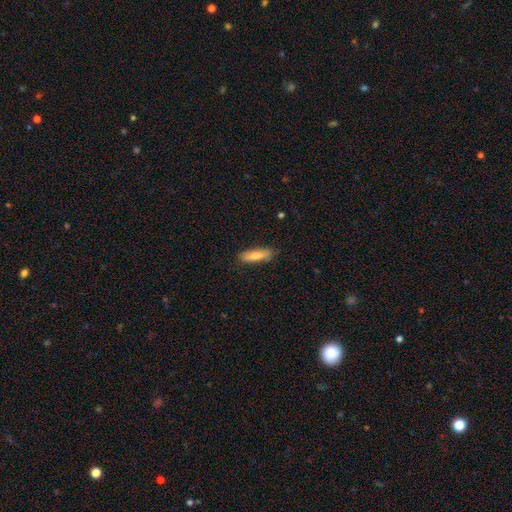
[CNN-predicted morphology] smooth 81%, featured or disk 13%, star or artifact 6%. Down the decision tree: how rounded — cigar-shaped (65%); merging — none (81%).